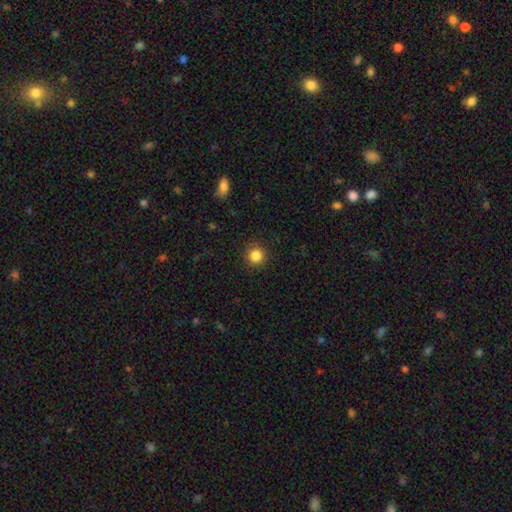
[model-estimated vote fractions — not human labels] smooth-or-featured: smooth: 85% | star or artifact: 11% | featured or disk: 4%
  how-rounded: round: 94% | in between: 5% | cigar-shaped: 1%
  merging: none: 90% | minor disturbance: 6% | major disturbance: 2% | merger: 1%